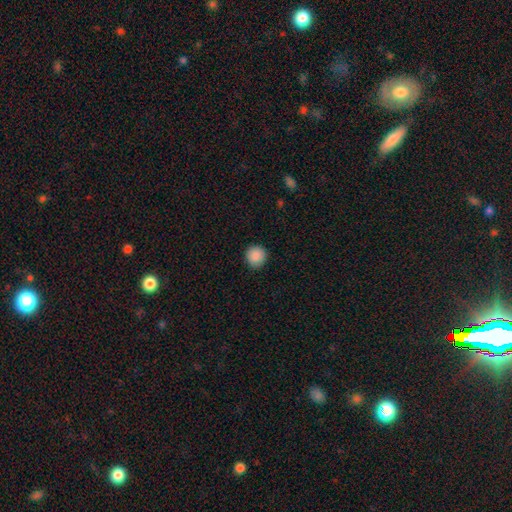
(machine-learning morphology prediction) smooth-or-featured: smooth: 89% | star or artifact: 8% | featured or disk: 3%
  how-rounded: round: 93% | in between: 7% | cigar-shaped: 1%
  merging: none: 90% | minor disturbance: 7% | major disturbance: 2% | merger: 1%